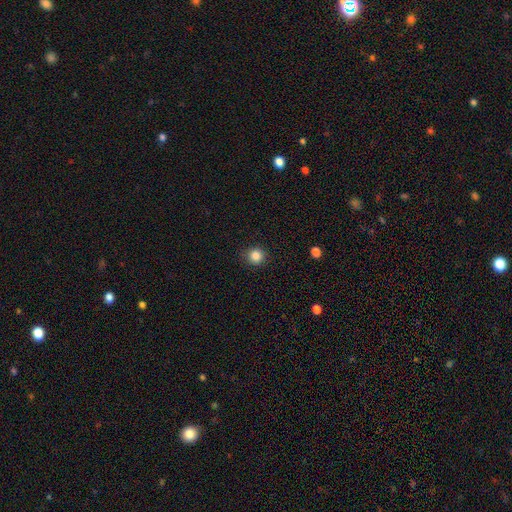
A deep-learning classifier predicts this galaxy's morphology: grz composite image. It shows a smooth galaxy with no disk features (85%) that is round (92%). Merging: none (89%).